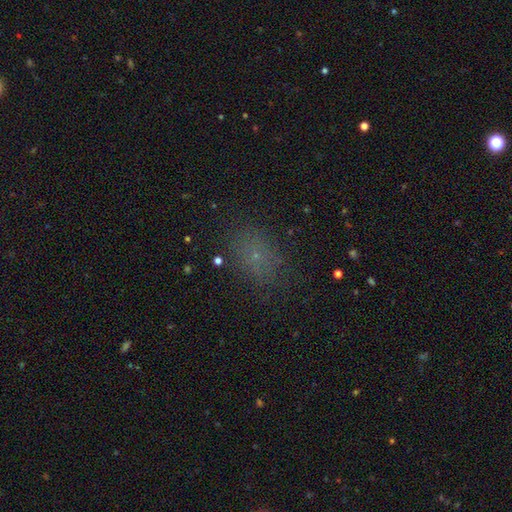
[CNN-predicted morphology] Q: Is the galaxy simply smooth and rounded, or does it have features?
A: smooth — 63%.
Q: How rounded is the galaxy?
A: in between — 62%.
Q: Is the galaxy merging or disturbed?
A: none — 80%.